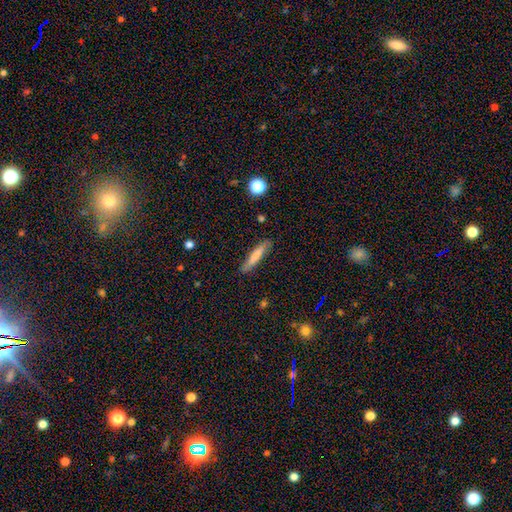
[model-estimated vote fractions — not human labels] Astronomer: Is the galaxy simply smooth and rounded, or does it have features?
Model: smooth — 74%.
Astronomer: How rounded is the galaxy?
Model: cigar-shaped — 91%.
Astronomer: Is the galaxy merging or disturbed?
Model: none — 84%.